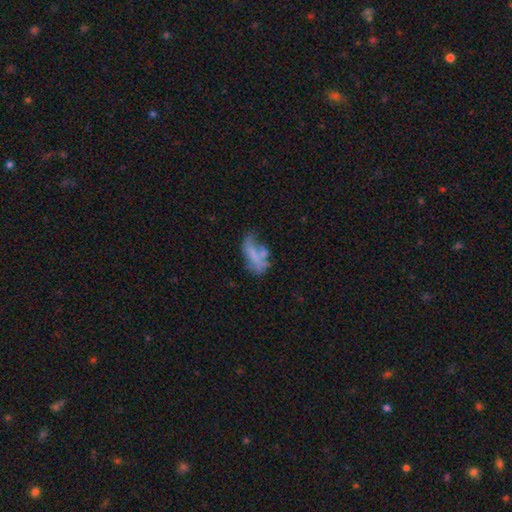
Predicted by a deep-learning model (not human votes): Smooth or featured: smooth — 47% (featured or disk — 40%)
Merging: major disturbance — 32% (none — 30%)